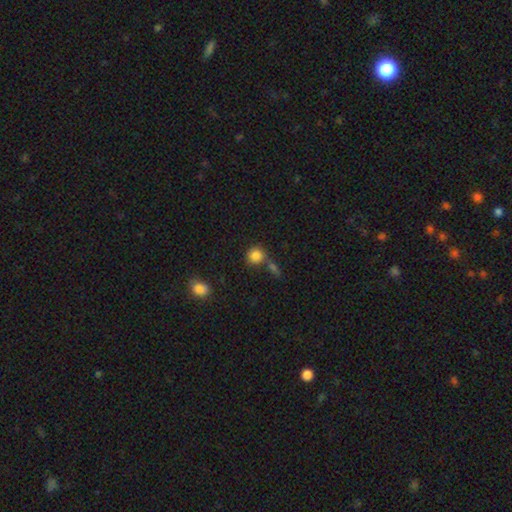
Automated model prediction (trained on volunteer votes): Overall: smooth (84%). How rounded: round (86%). Merging: none (60%; merger 24%).